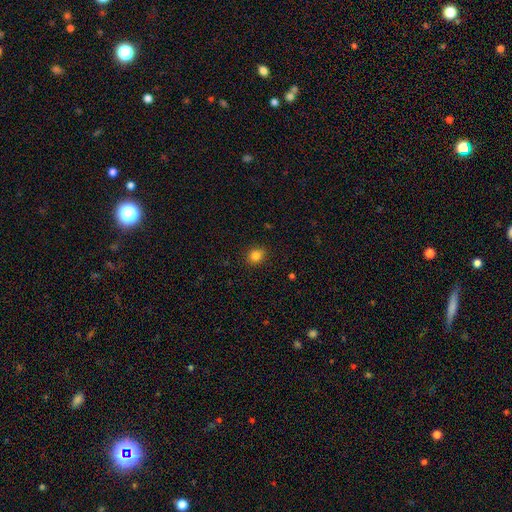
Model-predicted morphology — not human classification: Smooth or featured? Predicted: smooth (p=0.83). How rounded? Predicted: round (p=0.67). Merging? Predicted: none (p=0.88).